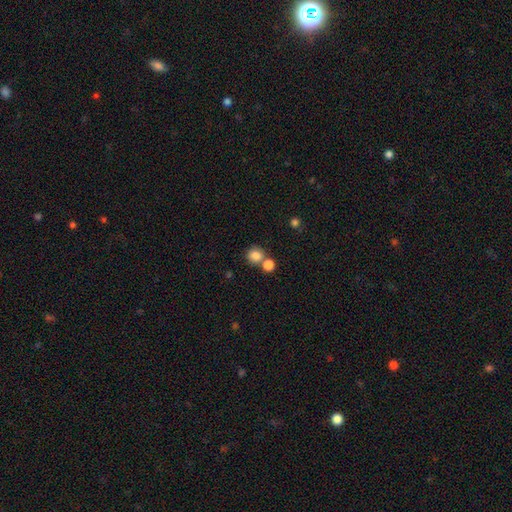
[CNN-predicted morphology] Q: Smooth or featured?
A: smooth (83%); runner-up: star or artifact (11%)
Q: How rounded?
A: round (89%); runner-up: in between (10%)
Q: Merging?
A: none (58%); runner-up: merger (31%)